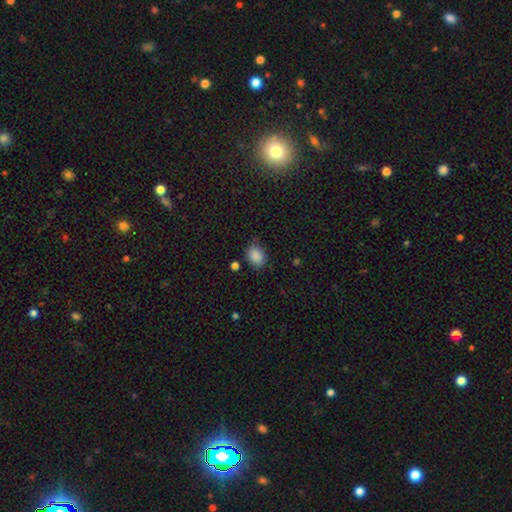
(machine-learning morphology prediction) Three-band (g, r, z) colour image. It shows a smooth galaxy with no disk features (87%) that is in between round and cigar-shaped (67%). Merging: none (75%).